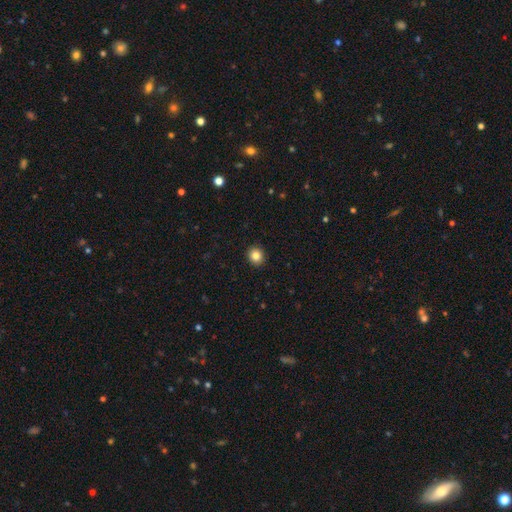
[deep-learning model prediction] This is clearly a smooth galaxy (84%). How rounded: clearly round (84%). Merging: clearly none (92%).